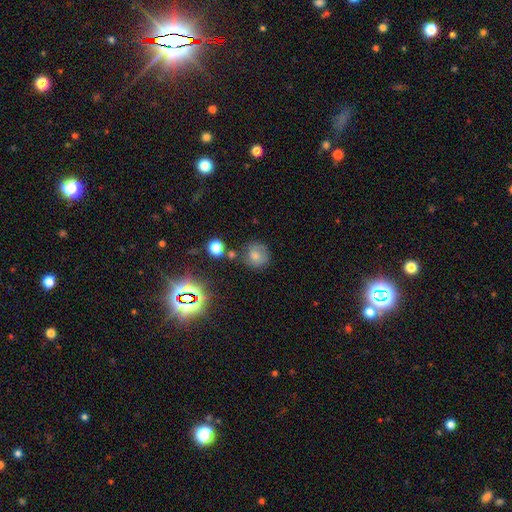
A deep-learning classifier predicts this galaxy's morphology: smooth_or_featured: smooth (p=0.70) [alt: star or artifact p=0.15]
how_rounded: round (p=0.86) [alt: in between p=0.13]
merging: none (p=0.69) [alt: minor disturbance p=0.18]